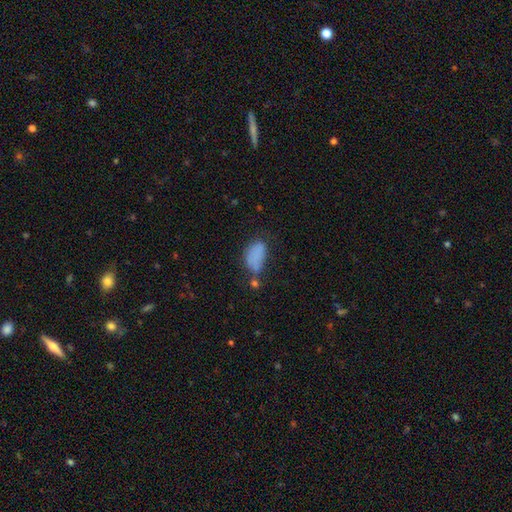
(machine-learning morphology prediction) Smooth or featured: smooth — 78% (star or artifact — 11%)
How rounded: in between — 92% (round — 6%)
Merging: none — 39% (minor disturbance — 30%)